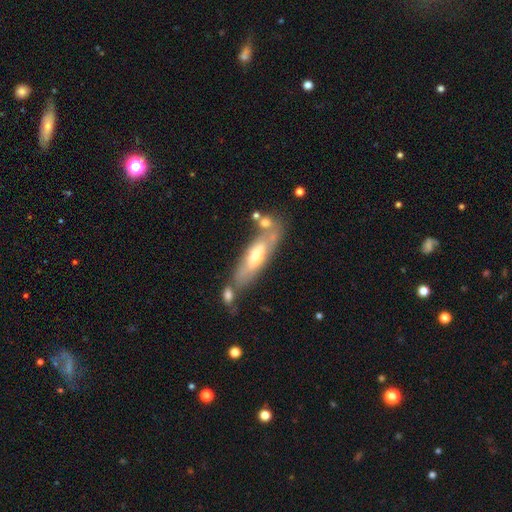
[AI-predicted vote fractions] The model was most divided on "smooth or featured": featured or disk: 55%, smooth: 40%, star or artifact: 6%. More confident: edge-on disk — no (61%); merging — none (56%).